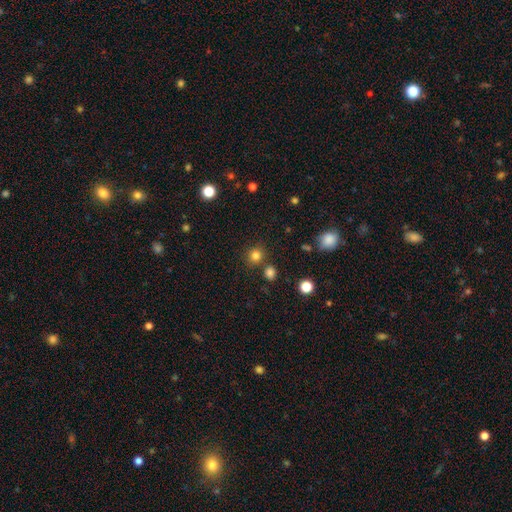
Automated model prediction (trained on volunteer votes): Smooth or featured? smooth (81%)
How rounded? round (88%)
Merging? none (79%)